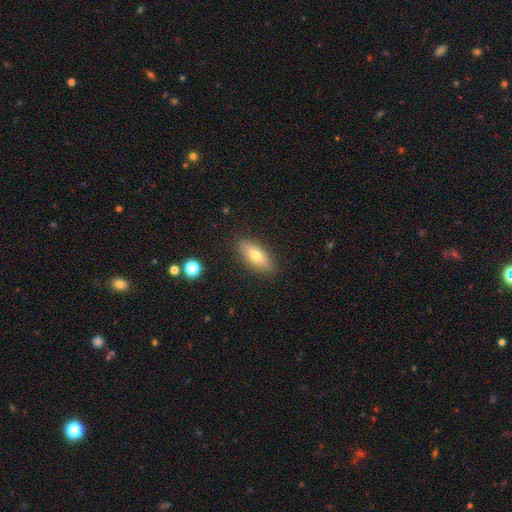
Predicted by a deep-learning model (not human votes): The model was most divided on "smooth or featured": smooth: 69%, featured or disk: 24%, star or artifact: 8%. More confident: merging — none (87%); how rounded — in between (77%).